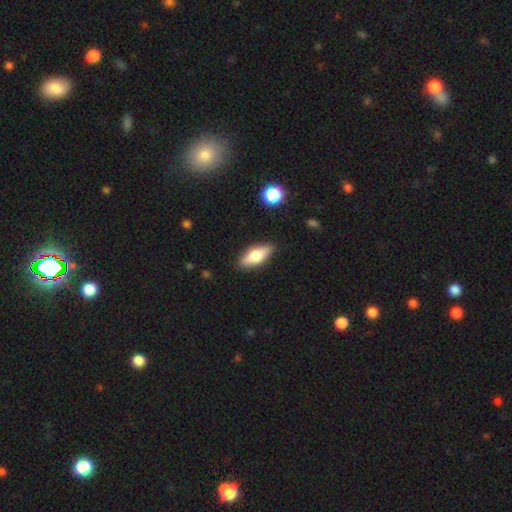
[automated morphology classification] Overall: smooth (61%; featured or disk 32%). How rounded: in between (67%; cigar-shaped 30%). Merging: none (87%).